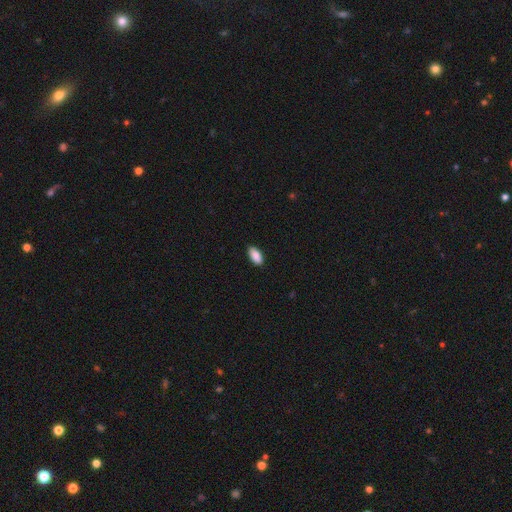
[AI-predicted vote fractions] smooth 90%, star or artifact 6%, featured or disk 4%. Down the decision tree: how rounded — in between (94%); merging — none (88%).